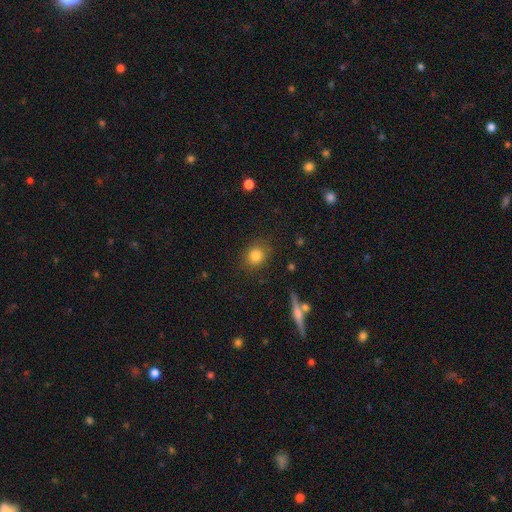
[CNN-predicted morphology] Q: Smooth or featured?
A: smooth (82%); runner-up: star or artifact (11%)
Q: How rounded?
A: round (75%); runner-up: in between (24%)
Q: Merging?
A: none (85%); runner-up: minor disturbance (10%)